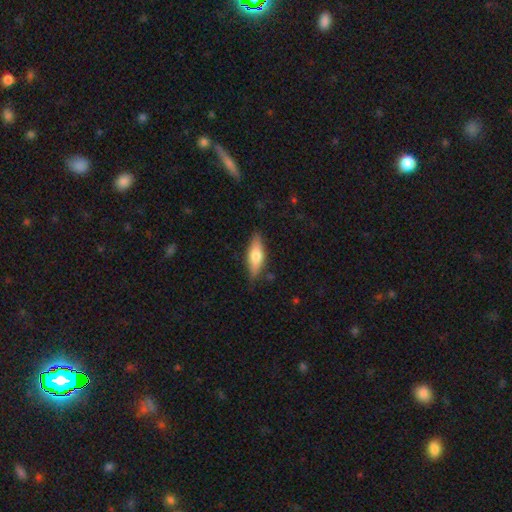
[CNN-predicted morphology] Overall: smooth (62%; featured or disk 32%). How rounded: in between (60%; cigar-shaped 38%). Merging: none (79%).